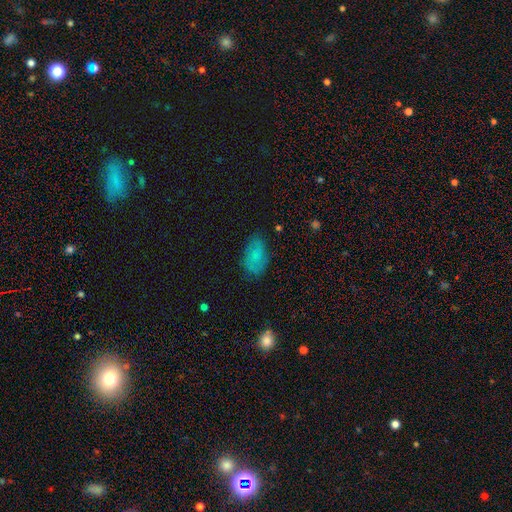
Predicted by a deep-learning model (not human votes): The model was most divided on "merging": none: 74%, minor disturbance: 19%, major disturbance: 6%, merger: 2%. More confident: how rounded — in between (92%); smooth or featured — smooth (71%).